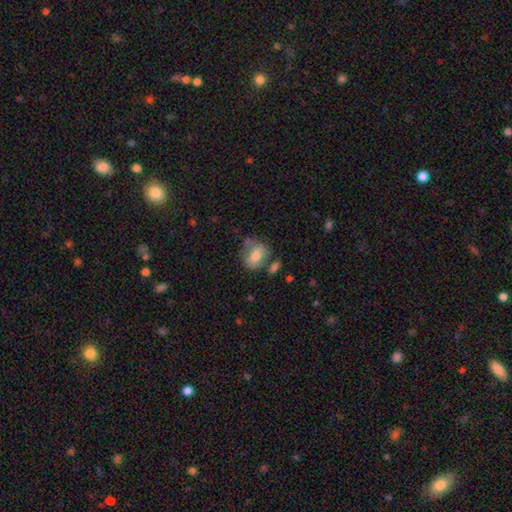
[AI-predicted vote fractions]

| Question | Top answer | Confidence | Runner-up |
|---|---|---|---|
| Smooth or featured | smooth | 70% | featured or disk (21%) |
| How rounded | in between | 55% | round (43%) |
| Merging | none | 55% | minor disturbance (22%) |